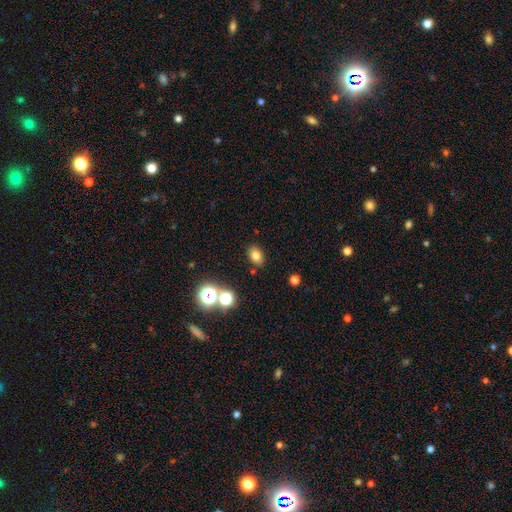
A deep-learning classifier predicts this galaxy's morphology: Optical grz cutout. It shows a smooth galaxy with no disk features (77%) that is in between round and cigar-shaped (75%). Merging: none (84%).